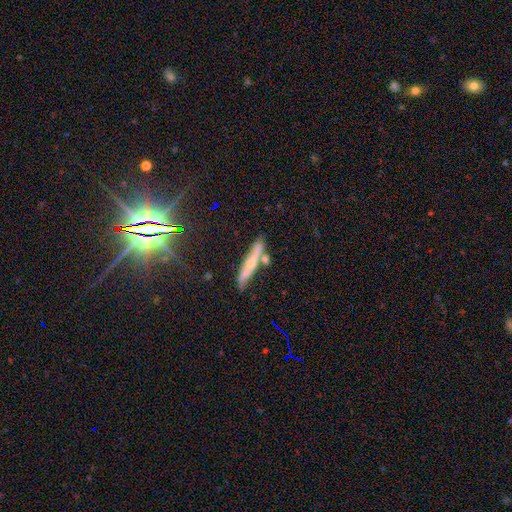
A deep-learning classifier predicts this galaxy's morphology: Smooth or featured?
  - featured or disk: 48% *
  - smooth: 43%
  - star or artifact: 9%
Merging?
  - none: 64% *
  - minor disturbance: 17%
  - merger: 14%
  - major disturbance: 5%